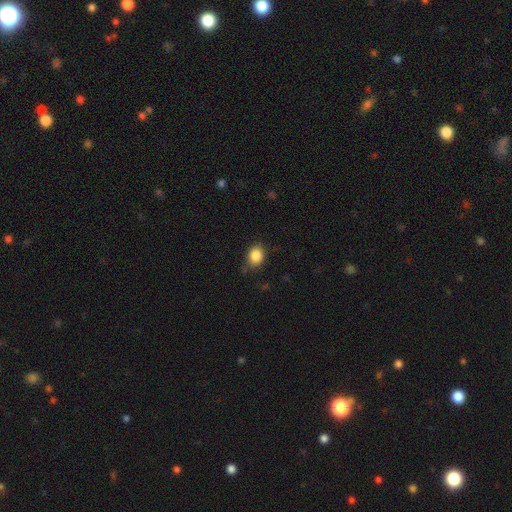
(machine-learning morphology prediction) A smooth galaxy with no disk features (86%) that is in between round and cigar-shaped (54%). Merging: none (79%).